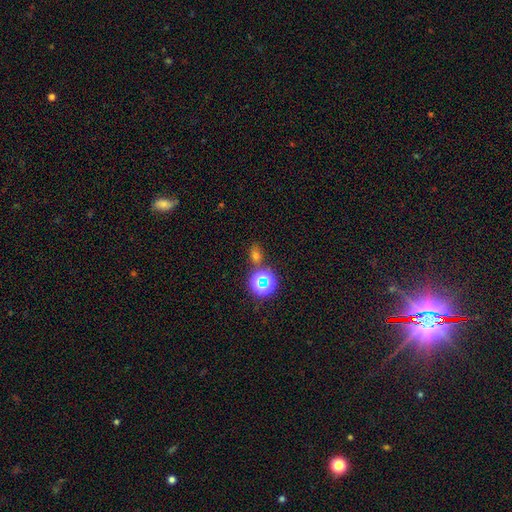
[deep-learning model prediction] This appears to be a smooth galaxy with no disk features (57%) that is in between round and cigar-shaped (60%). Merging: none (70%).